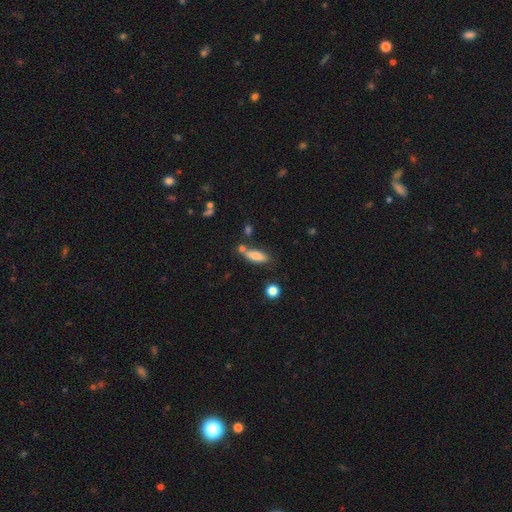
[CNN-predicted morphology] smooth-or-featured: smooth: 78% | featured or disk: 14% | star or artifact: 8%
  how-rounded: in between: 65% | cigar-shaped: 32% | round: 3%
  merging: none: 64% | minor disturbance: 17% | merger: 15% | major disturbance: 5%